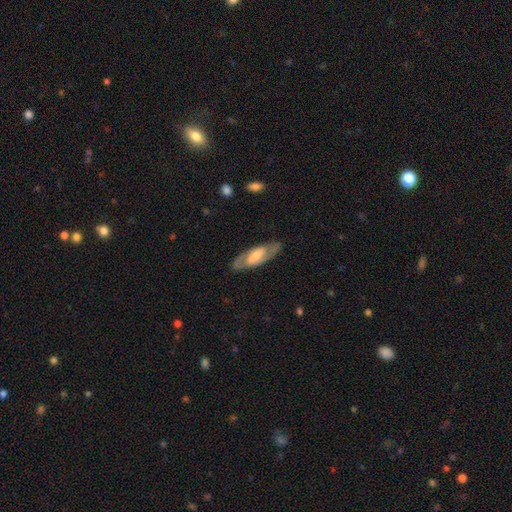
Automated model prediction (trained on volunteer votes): Smooth or featured? Predicted: featured or disk (p=0.70). Edge-on disk? Predicted: no (p=0.84). Bar? Predicted: weak (p=0.41). Spiral arms? Predicted: yes (p=0.78). Bulge size? Predicted: moderate (p=0.43). Merging? Predicted: none (p=0.84).